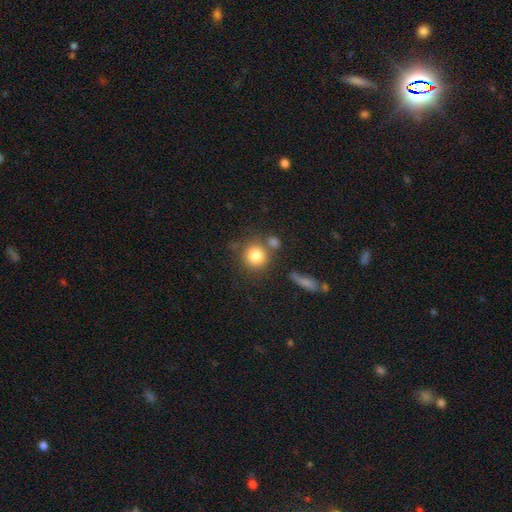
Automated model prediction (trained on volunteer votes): smooth_or_featured: smooth (p=0.83) [alt: star or artifact p=0.10]
how_rounded: round (p=0.88) [alt: in between p=0.11]
merging: none (p=0.68) [alt: merger p=0.16]